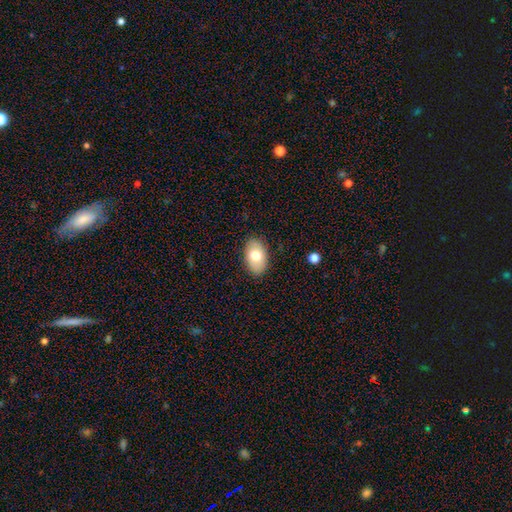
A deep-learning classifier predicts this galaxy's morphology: Smooth or featured?
  - smooth: 74% *
  - featured or disk: 20%
  - star or artifact: 7%
How rounded?
  - in between: 91% *
  - round: 8%
  - cigar-shaped: 1%
Merging?
  - none: 87% *
  - minor disturbance: 10%
  - major disturbance: 2%
  - merger: 1%